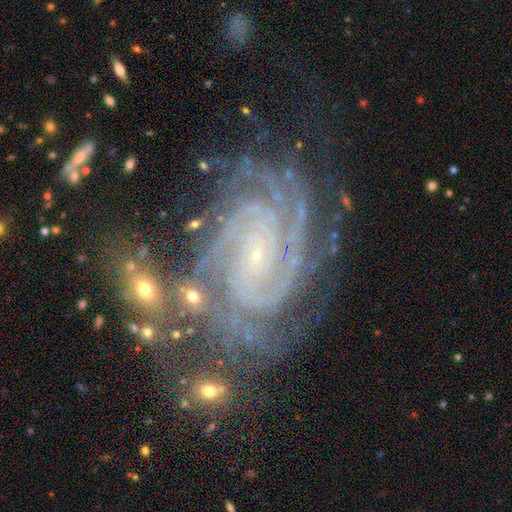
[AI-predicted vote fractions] A featured or disk galaxy (91%) with no bar (53%), 4 (24%) tight (80%) spiral arms (99%) and a small central bulge (85%).

Vote fractions:
- Smooth or featured? featured or disk: 91% / star or artifact: 6% / smooth: 3%
- Edge-on disk? no: 97% / yes: 3%
- Bar? no: 53% / weak: 32% / strong: 16%
- Spiral arms? yes: 99% / no: 1%
- Spiral winding? tight: 80% / medium: 17% / loose: 2%
- Spiral arm count? 4: 24% / 3: 19% / can't tell: 17% / 2: 16% / more than 4: 16% / 1: 8%
- Bulge size? small: 85% / moderate: 9% / none: 4% / large: 1% / dominant: 1%
- Merging? none: 62% / minor disturbance: 19% / merger: 10% / major disturbance: 9%